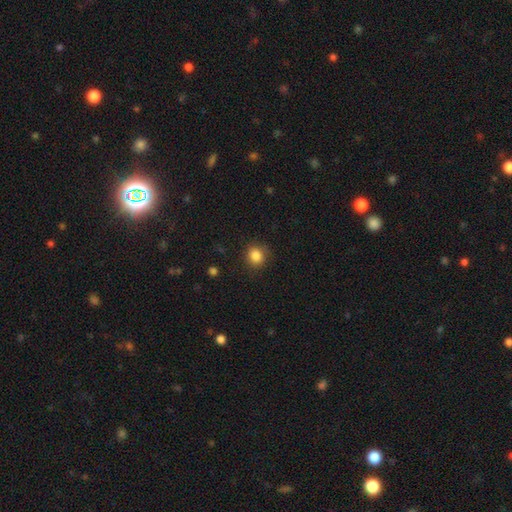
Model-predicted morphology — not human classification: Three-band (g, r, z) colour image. It shows a smooth galaxy with no disk features (85%) that is round (82%). Merging: none (84%).